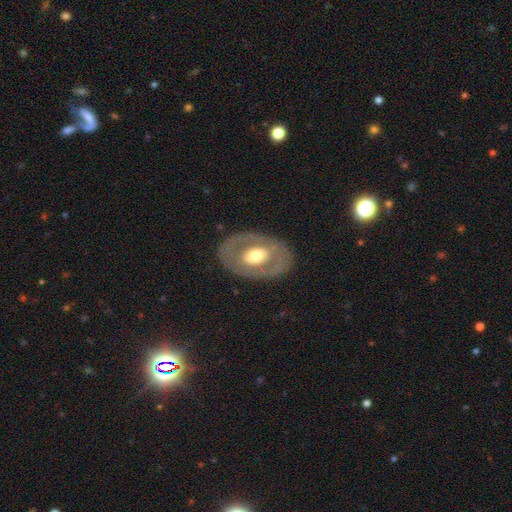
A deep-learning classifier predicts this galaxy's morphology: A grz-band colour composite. It shows a featured or disk galaxy (58%) with no bar (71%), no spiral arms (83%) and a moderate central bulge (61%). Merging: none (82%).